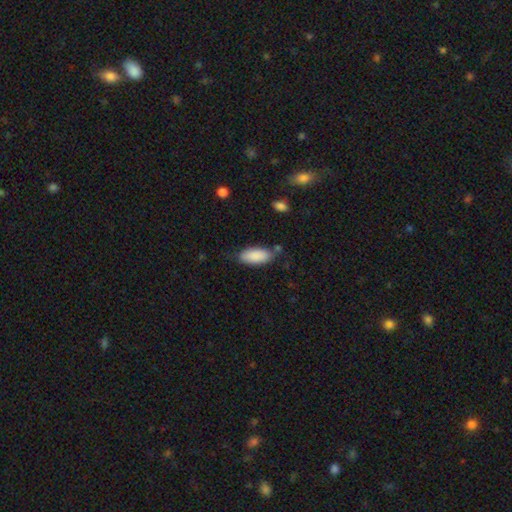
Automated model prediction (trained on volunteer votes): Smooth or featured: smooth — 88% (star or artifact — 6%)
How rounded: in between — 86% (cigar-shaped — 12%)
Merging: none — 73% (minor disturbance — 18%)